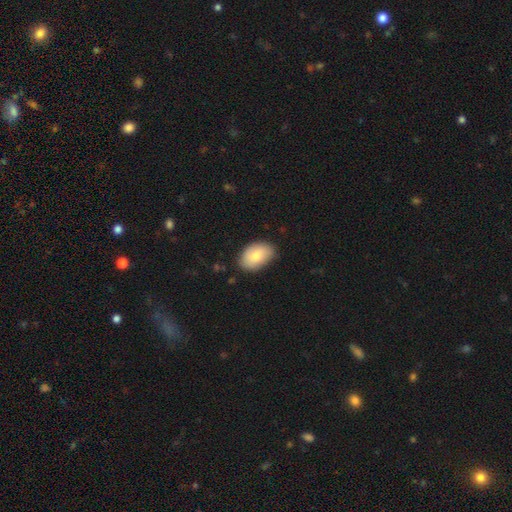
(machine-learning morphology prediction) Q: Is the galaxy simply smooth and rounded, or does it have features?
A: smooth — 80%.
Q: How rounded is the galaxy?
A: in between — 90%.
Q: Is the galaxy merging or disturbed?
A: none — 79%.